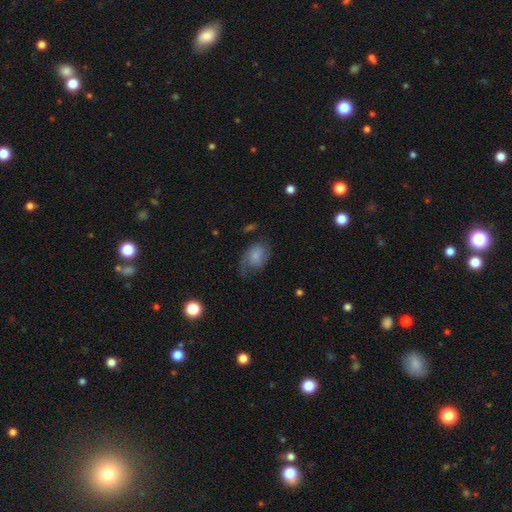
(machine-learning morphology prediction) Overall: featured or disk (54%; smooth 38%). Edge-on disk: no (96%). Bar: no (63%; weak 32%). Spiral arms: yes (88%). Bulge size: small (36%; moderate 29%). Merging: none (55%; minor disturbance 26%).